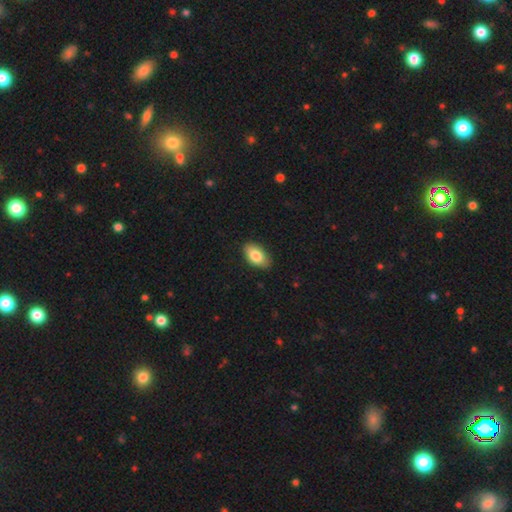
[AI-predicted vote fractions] smooth-or-featured: smooth: 83% | featured or disk: 10% | star or artifact: 7%
  how-rounded: in between: 93% | round: 5% | cigar-shaped: 2%
  merging: none: 86% | minor disturbance: 11% | major disturbance: 2% | merger: 1%